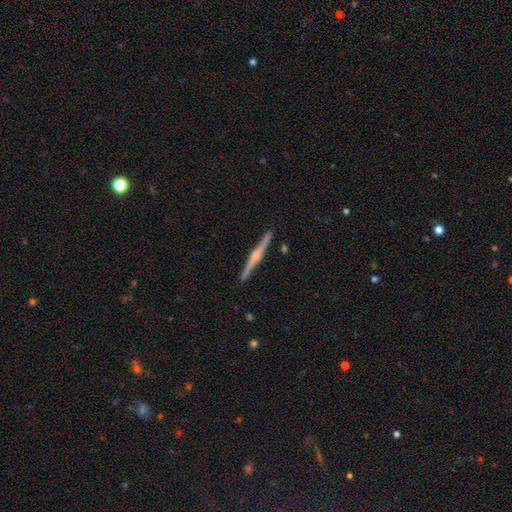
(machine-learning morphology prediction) A featured or disk galaxy (78%) viewed edge-on (98%) with a rounded central bulge (77%).

Vote fractions:
- Smooth or featured? featured or disk: 78% / smooth: 17% / star or artifact: 5%
- Edge-on disk? yes: 98% / no: 2%
- Edge-on bulge? rounded: 77% / boxy: 12% / none: 10%
- Merging? none: 91% / minor disturbance: 6% / major disturbance: 1% / merger: 1%